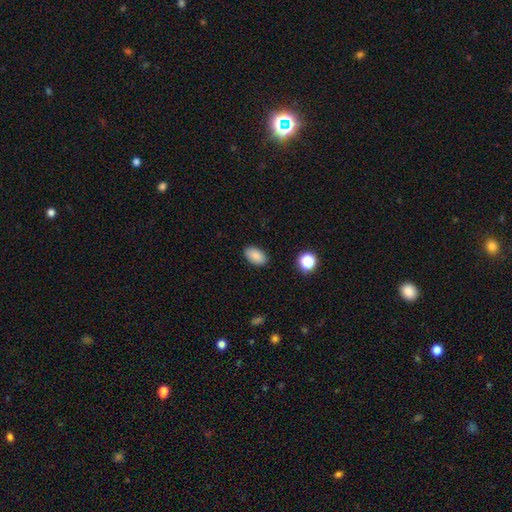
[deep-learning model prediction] smooth 86%, star or artifact 9%, featured or disk 5%. Down the decision tree: how rounded — in between (92%); merging — none (88%).